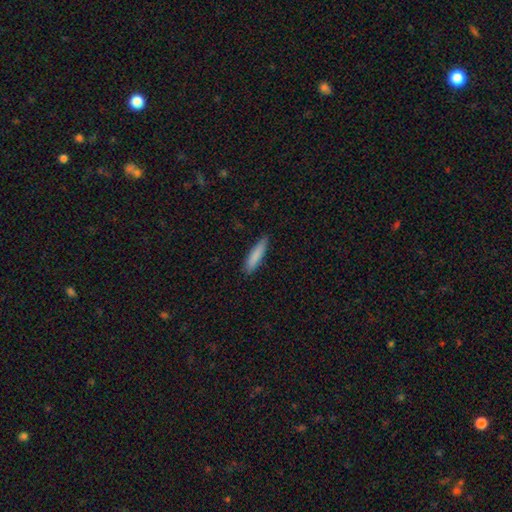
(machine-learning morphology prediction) smooth_or_featured: smooth (p=0.84) [alt: featured or disk p=0.10]
how_rounded: cigar-shaped (p=0.82) [alt: in between p=0.16]
merging: none (p=0.85) [alt: minor disturbance p=0.12]